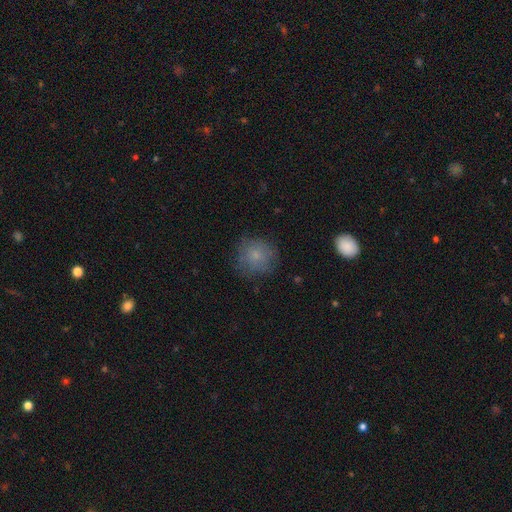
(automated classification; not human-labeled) Morphology: type=smooth (77%); roundness=round (89%); merging=none (71%).